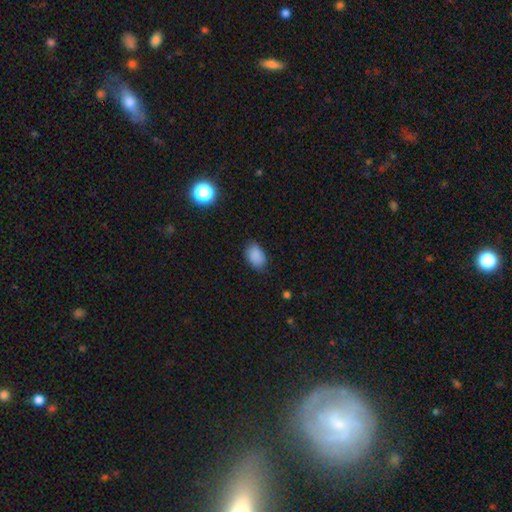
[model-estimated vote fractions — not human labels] A smooth galaxy with no disk features (87%) that is in between round and cigar-shaped (85%).

Vote fractions:
- Smooth or featured? smooth: 87% / star or artifact: 9% / featured or disk: 4%
- How rounded? in between: 85% / round: 14% / cigar-shaped: 1%
- Merging? none: 80% / minor disturbance: 16% / major disturbance: 3% / merger: 1%